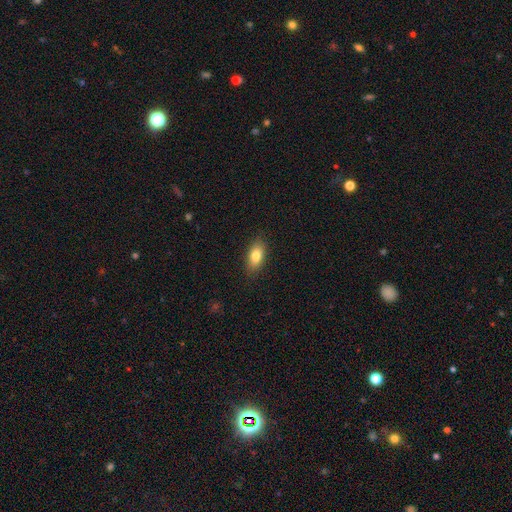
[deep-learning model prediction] smooth 81%, featured or disk 11%, star or artifact 8%. Down the decision tree: how rounded — in between (87%); merging — none (86%).